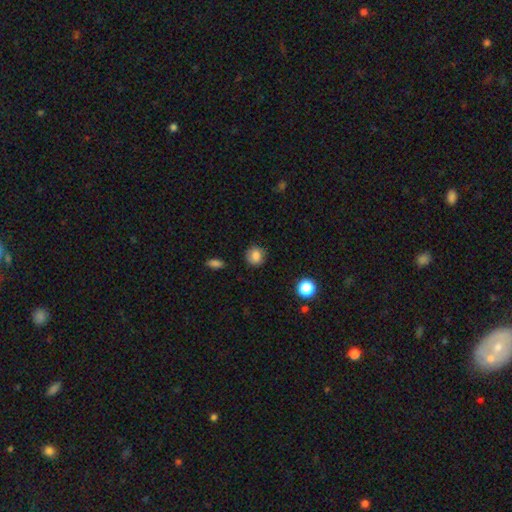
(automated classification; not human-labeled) A smooth galaxy with no disk features (84%) that is round (83%). Merging: none (84%).